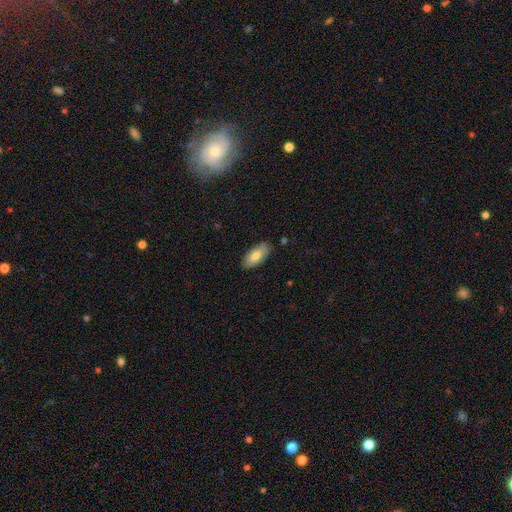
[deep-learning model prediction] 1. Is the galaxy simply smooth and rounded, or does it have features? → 75% smooth, 19% featured or disk, 6% star or artifact.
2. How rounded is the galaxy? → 89% in between, 9% cigar-shaped, 2% round.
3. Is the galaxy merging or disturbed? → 86% none, 11% minor disturbance, 2% major disturbance, 1% merger.